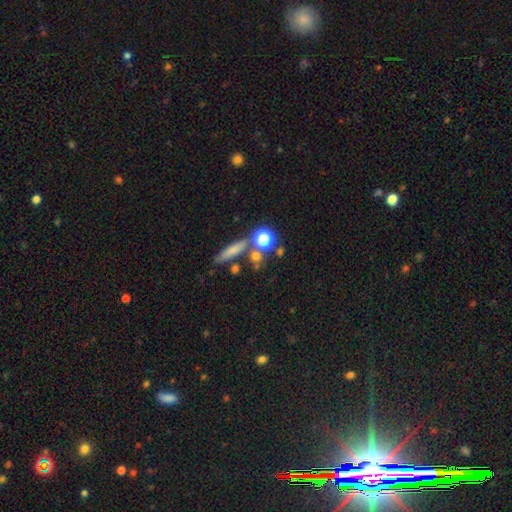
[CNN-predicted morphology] smooth-or-featured: smooth: 65% | star or artifact: 20% | featured or disk: 15%
  how-rounded: round: 64% | cigar-shaped: 21% | in between: 15%
  merging: none: 68% | merger: 18% | minor disturbance: 9% | major disturbance: 5%